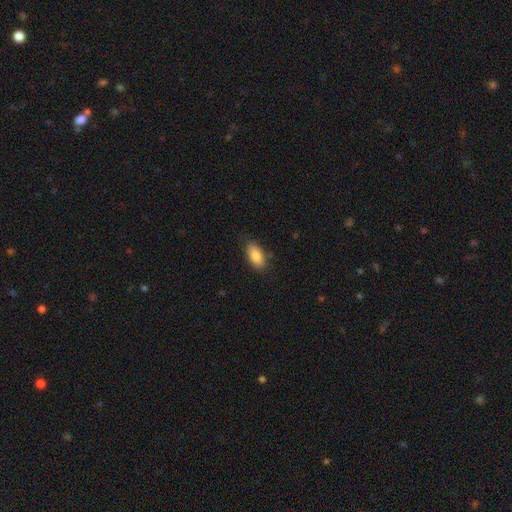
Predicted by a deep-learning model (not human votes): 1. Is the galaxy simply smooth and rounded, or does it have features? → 86% smooth, 7% featured or disk, 7% star or artifact.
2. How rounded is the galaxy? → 90% in between, 7% cigar-shaped, 3% round.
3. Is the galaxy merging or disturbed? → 81% none, 15% minor disturbance, 3% major disturbance, 1% merger.